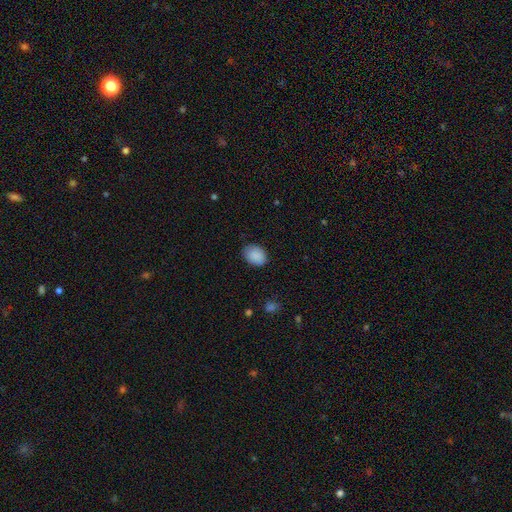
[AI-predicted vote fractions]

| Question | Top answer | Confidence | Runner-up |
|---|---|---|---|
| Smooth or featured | smooth | 89% | star or artifact (7%) |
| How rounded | in between | 66% | round (33%) |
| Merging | none | 82% | minor disturbance (14%) |